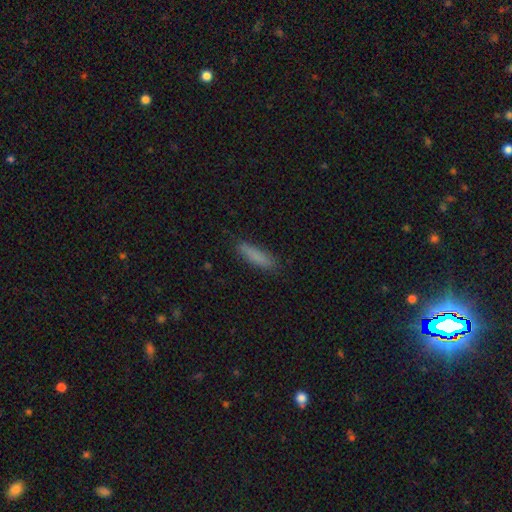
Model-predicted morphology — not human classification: The model was most divided on "how rounded": cigar-shaped: 73%, in between: 25%, round: 1%. More confident: merging — none (85%); smooth or featured — smooth (85%).